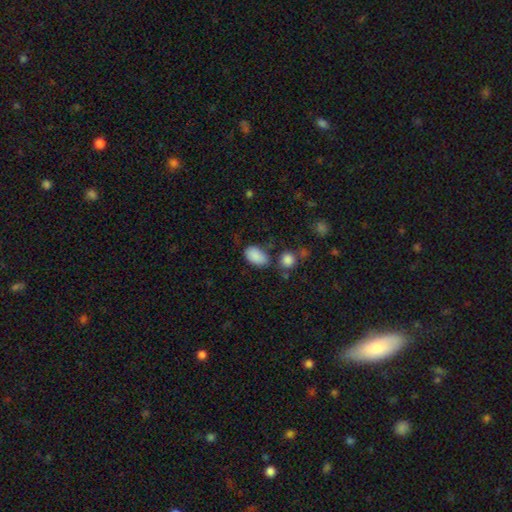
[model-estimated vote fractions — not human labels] A smooth galaxy with no disk features (87%) that is in between round and cigar-shaped (90%). Merging: none (61%).